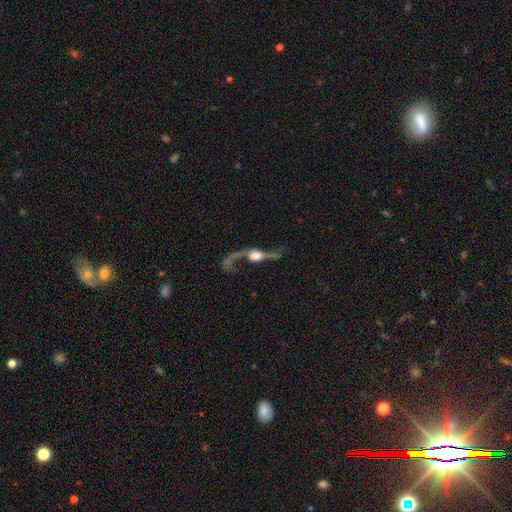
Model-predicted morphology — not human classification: Smooth or featured?
  - featured or disk: 78% *
  - smooth: 14%
  - star or artifact: 8%
Edge-on disk?
  - no: 59% *
  - yes: 41%
Merging?
  - none: 39% *
  - major disturbance: 38%
  - minor disturbance: 15%
  - merger: 8%